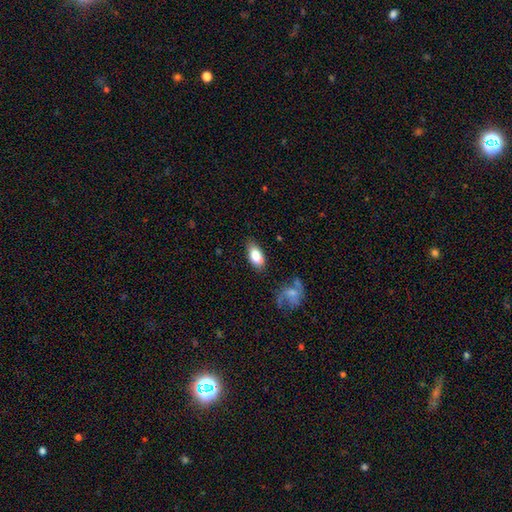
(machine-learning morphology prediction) A smooth galaxy with no disk features (81%) that is in between round and cigar-shaped (91%).

Vote fractions:
- Smooth or featured? smooth: 81% / featured or disk: 12% / star or artifact: 7%
- How rounded? in between: 91% / cigar-shaped: 5% / round: 4%
- Merging? none: 73% / minor disturbance: 19% / major disturbance: 4% / merger: 4%